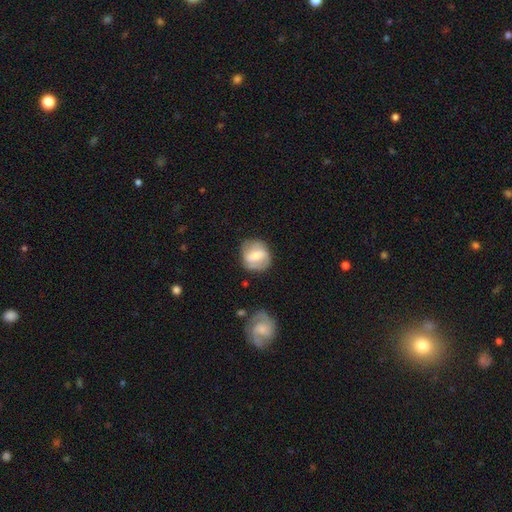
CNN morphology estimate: smooth_or_featured: featured or disk (p=0.52) [alt: smooth p=0.41]
disk_edge_on: no (p=0.96) [alt: yes p=0.04]
merging: none (p=0.71) [alt: minor disturbance p=0.19]